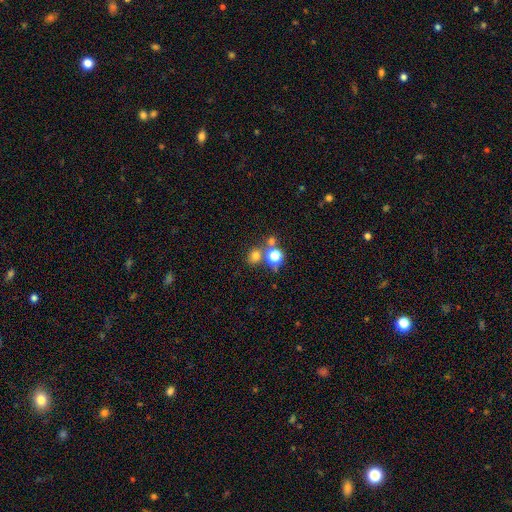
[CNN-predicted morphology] type=smooth (70%); roundness=round (76%); merging=none (63%).